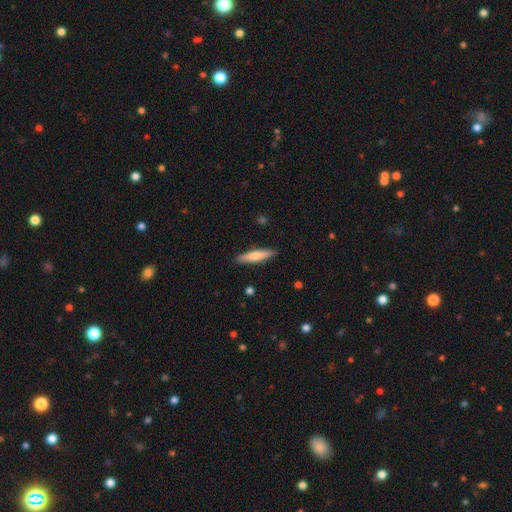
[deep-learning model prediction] This is likely a smooth galaxy (67%). How rounded: clearly cigar-shaped (84%). Merging: clearly none (90%).